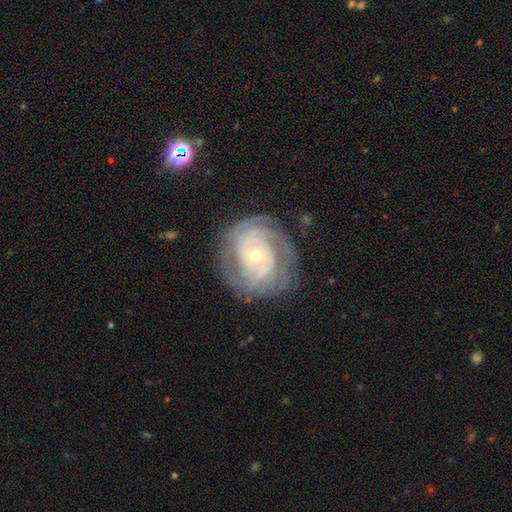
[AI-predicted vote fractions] A featured or disk galaxy (84%) with no bar (68%), tight (72%) spiral arms (92%) and a small central bulge (60%).

Vote fractions:
- Smooth or featured? featured or disk: 84% / smooth: 10% / star or artifact: 6%
- Edge-on disk? no: 97% / yes: 3%
- Bar? no: 68% / weak: 24% / strong: 8%
- Spiral arms? yes: 92% / no: 8%
- Spiral winding? tight: 72% / medium: 22% / loose: 6%
- Spiral arm count? can't tell: 36% / 2: 25% / 3: 17% / 4: 10% / more than 4: 6% / 1: 6%
- Bulge size? small: 60% / moderate: 36% / large: 2% / none: 1% / dominant: 1%
- Merging? none: 74% / minor disturbance: 16% / major disturbance: 8% / merger: 1%